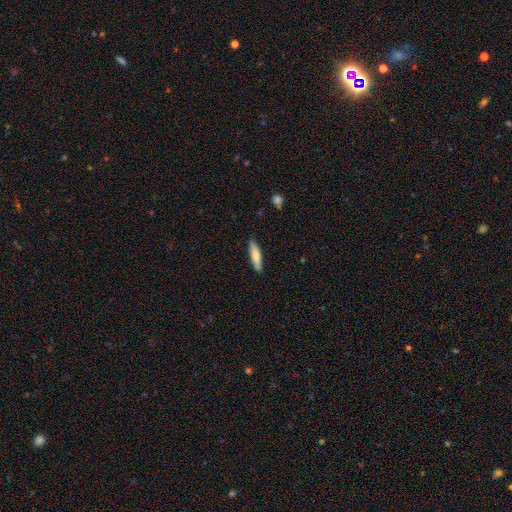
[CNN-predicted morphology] Overall: smooth (76%). How rounded: cigar-shaped (70%). Merging: none (87%).